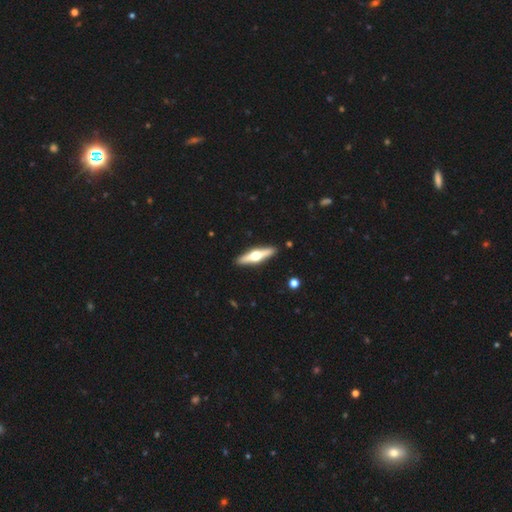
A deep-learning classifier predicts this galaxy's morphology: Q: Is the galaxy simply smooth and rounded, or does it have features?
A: featured or disk — 68%.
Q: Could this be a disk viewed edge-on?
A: yes — 96%.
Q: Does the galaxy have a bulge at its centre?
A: rounded — 96%.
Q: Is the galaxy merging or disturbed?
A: none — 91%.